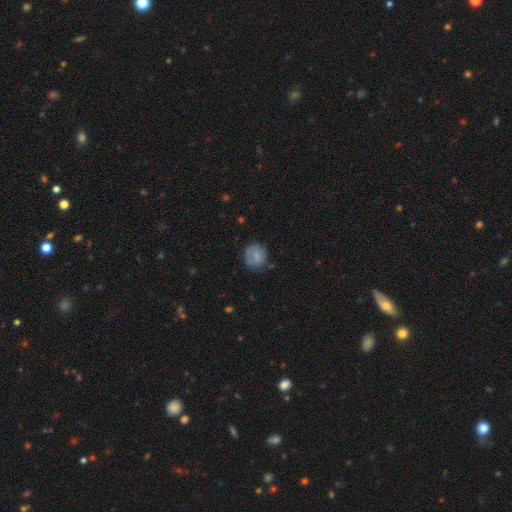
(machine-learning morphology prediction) Smooth or featured: smooth — 73% (featured or disk — 19%)
How rounded: round — 77% (in between — 22%)
Merging: none — 67% (minor disturbance — 23%)